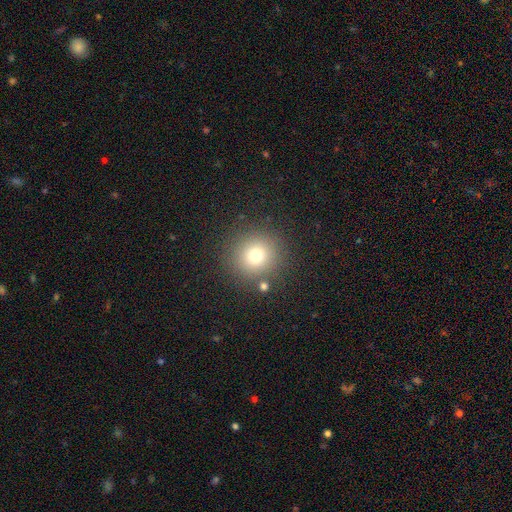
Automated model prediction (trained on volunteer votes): This is likely a smooth galaxy (74%). How rounded: clearly round (93%). Merging: clearly none (85%).